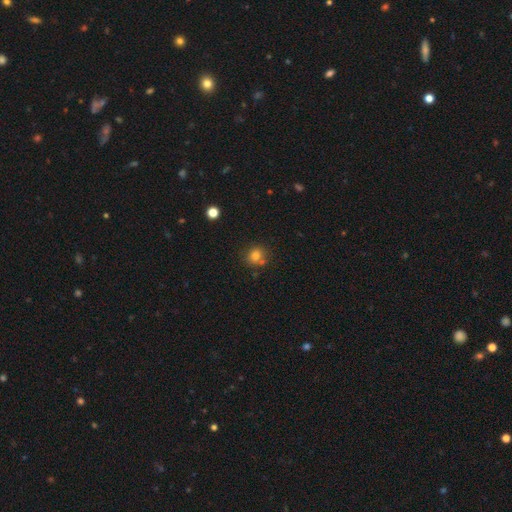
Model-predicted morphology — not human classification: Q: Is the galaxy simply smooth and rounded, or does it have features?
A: smooth — 78%.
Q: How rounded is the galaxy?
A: round — 77%.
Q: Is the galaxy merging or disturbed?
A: none — 66%.